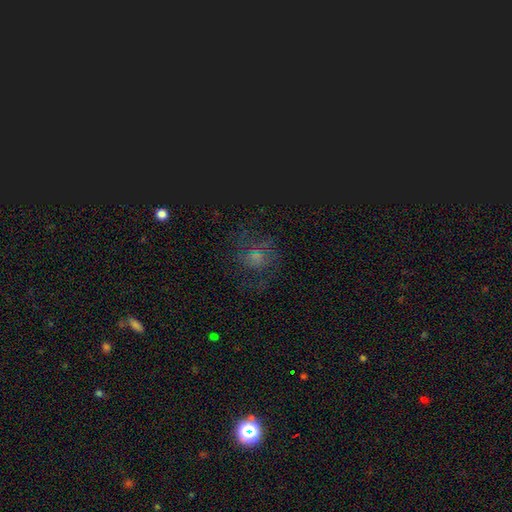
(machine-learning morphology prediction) This appears to be a featured or disk galaxy (34%, tied with star or artifact). Merging: none (66%).